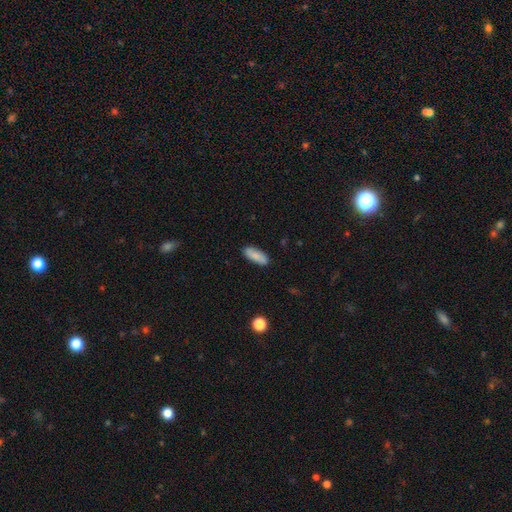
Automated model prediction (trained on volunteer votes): A smooth galaxy with no disk features (84%) that is in between round and cigar-shaped (72%).

Vote fractions:
- Smooth or featured? smooth: 84% / featured or disk: 10% / star or artifact: 6%
- How rounded? in between: 72% / cigar-shaped: 26% / round: 2%
- Merging? none: 87% / minor disturbance: 10% / major disturbance: 2% / merger: 1%